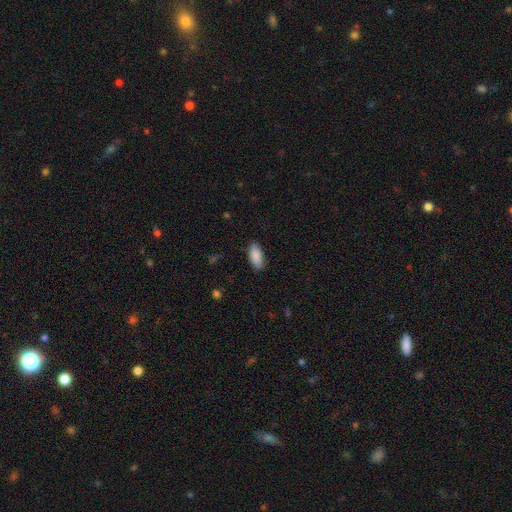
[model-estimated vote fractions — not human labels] Morphology: type=smooth (89%); roundness=in between (89%); merging=none (87%).